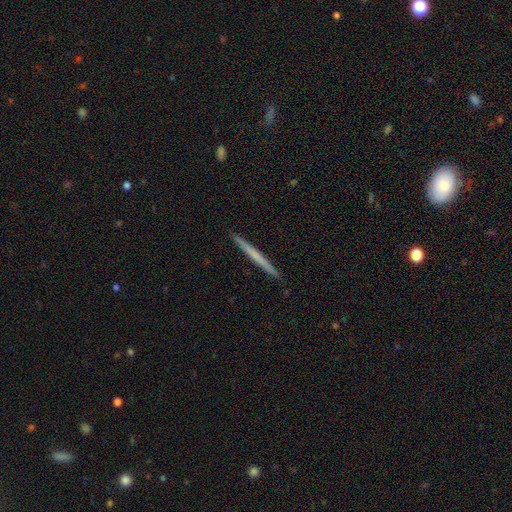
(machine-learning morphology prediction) A smooth galaxy with no disk features (48%).

Vote fractions:
- Smooth or featured? smooth: 48% / featured or disk: 47% / star or artifact: 5%
- Merging? none: 93% / minor disturbance: 5% / major disturbance: 1% / merger: 1%